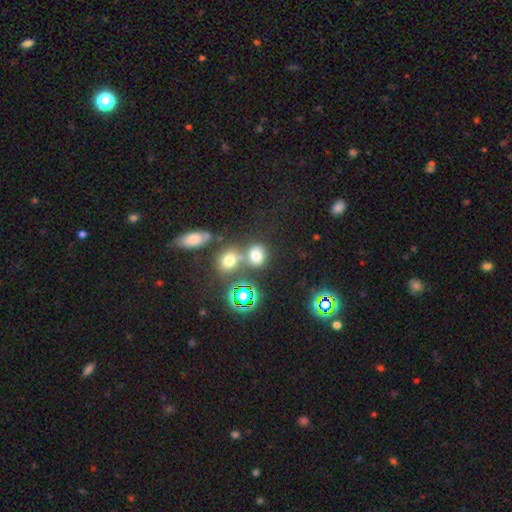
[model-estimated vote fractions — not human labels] Smooth or featured? smooth (68%)
How rounded? round (58%)
Merging? none (55%)